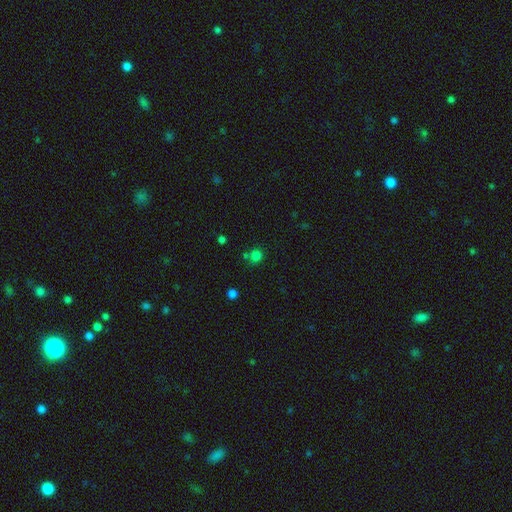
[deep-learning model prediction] Overall: smooth (76%). How rounded: round (85%). Merging: none (69%).